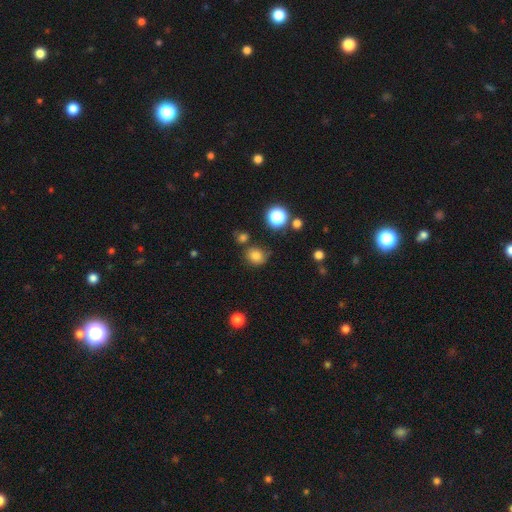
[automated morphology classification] smooth-or-featured: smooth: 77% | star or artifact: 16% | featured or disk: 7%
  how-rounded: round: 77% | in between: 22% | cigar-shaped: 1%
  merging: none: 70% | minor disturbance: 18% | merger: 7% | major disturbance: 5%